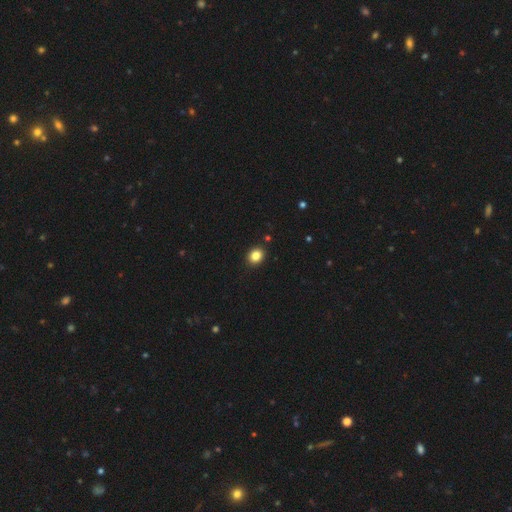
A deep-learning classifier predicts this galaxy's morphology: Smooth or featured?
  - smooth: 85% *
  - star or artifact: 10%
  - featured or disk: 5%
How rounded?
  - round: 61% *
  - in between: 38%
  - cigar-shaped: 1%
Merging?
  - none: 91% *
  - minor disturbance: 6%
  - major disturbance: 2%
  - merger: 1%